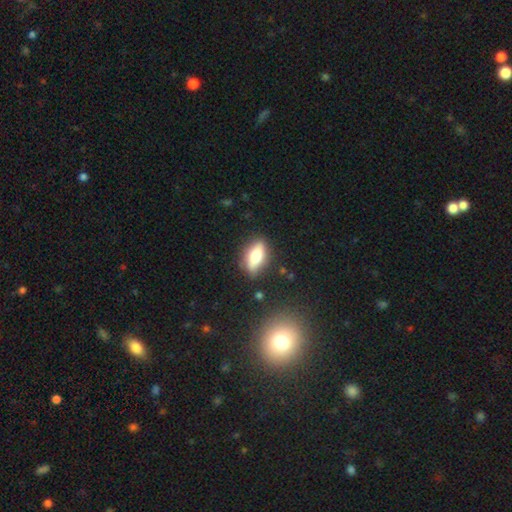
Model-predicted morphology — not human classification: Smooth or featured: smooth — 60% (featured or disk — 32%)
How rounded: in between — 69% (cigar-shaped — 27%)
Merging: none — 82% (minor disturbance — 13%)